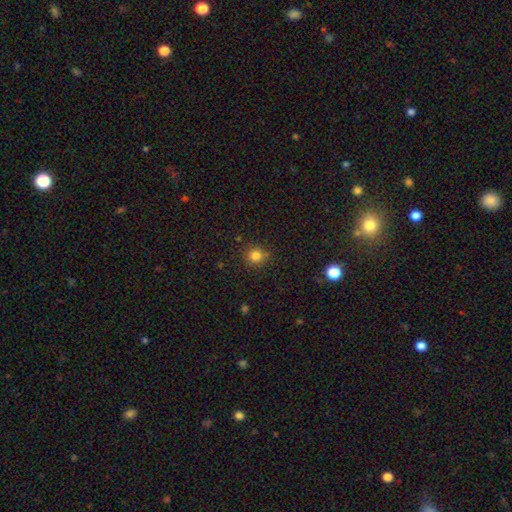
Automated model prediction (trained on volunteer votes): Morphology: type=smooth (82%); roundness=round (89%); merging=none (85%).